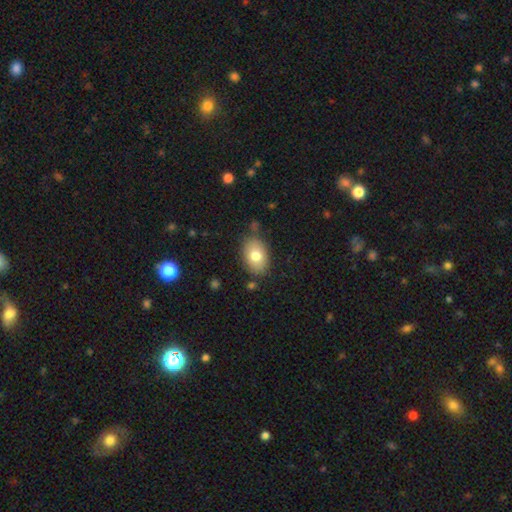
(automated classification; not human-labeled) smooth-or-featured: smooth: 78% | featured or disk: 14% | star or artifact: 8%
  how-rounded: in between: 85% | round: 14% | cigar-shaped: 1%
  merging: none: 78% | minor disturbance: 15% | major disturbance: 3% | merger: 3%